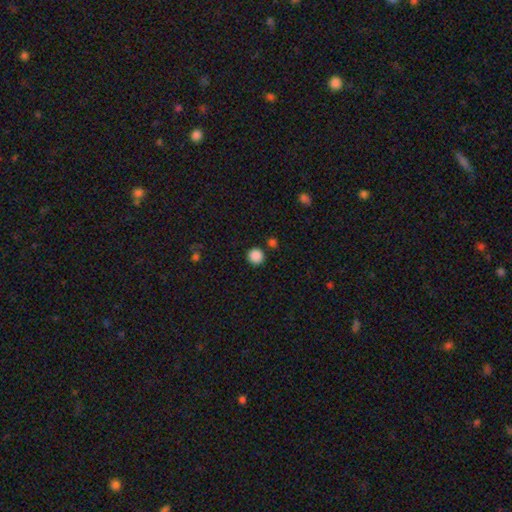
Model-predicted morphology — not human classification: Smooth or featured? smooth (88%)
How rounded? round (94%)
Merging? none (88%)